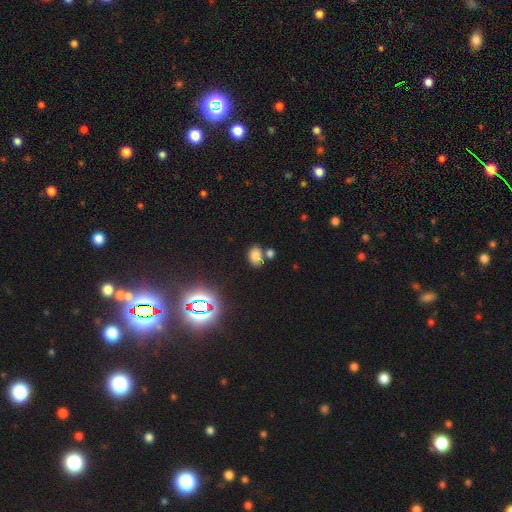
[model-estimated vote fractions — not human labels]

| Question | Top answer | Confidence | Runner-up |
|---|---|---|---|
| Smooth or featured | smooth | 73% | star or artifact (19%) |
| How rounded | in between | 74% | round (25%) |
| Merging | none | 64% | merger (20%) |